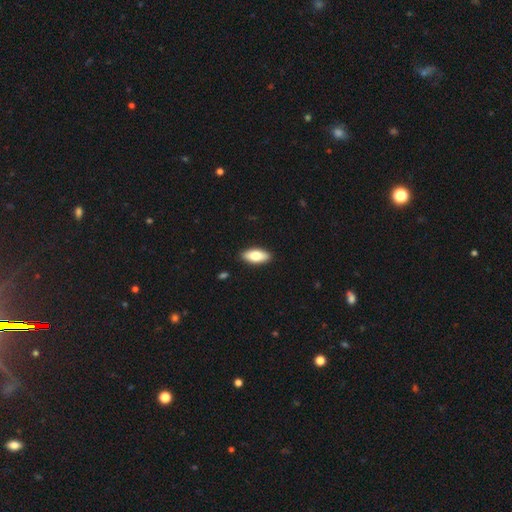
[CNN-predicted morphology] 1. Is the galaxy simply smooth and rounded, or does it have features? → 77% smooth, 17% featured or disk, 6% star or artifact.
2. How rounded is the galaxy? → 85% in between, 12% cigar-shaped, 2% round.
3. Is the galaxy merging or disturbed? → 90% none, 8% minor disturbance, 2% major disturbance, 1% merger.